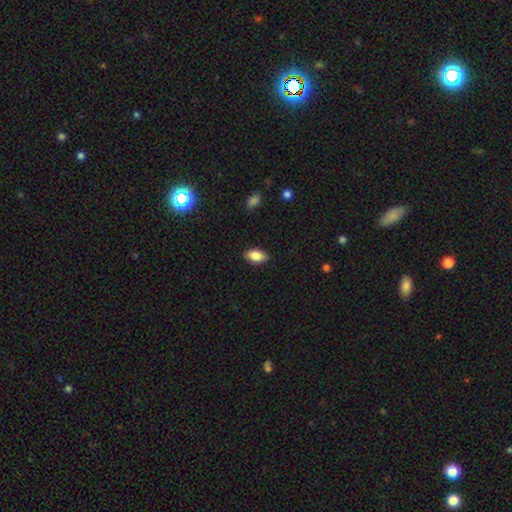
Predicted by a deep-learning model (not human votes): Smooth or featured? smooth (84%)
How rounded? in between (91%)
Merging? none (87%)